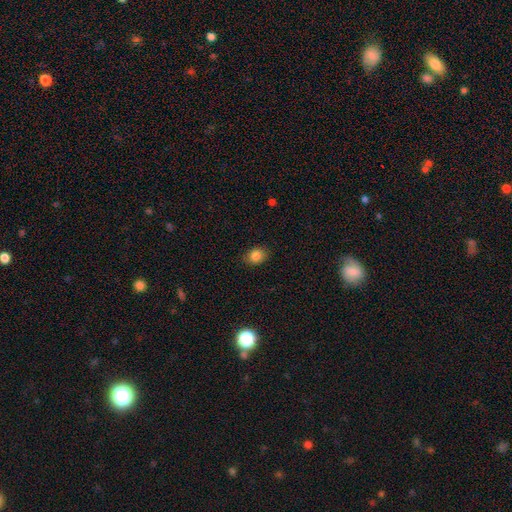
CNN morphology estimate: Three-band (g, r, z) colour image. It shows a smooth galaxy with no disk features (84%) that is in between round and cigar-shaped (53%). Merging: none (84%).